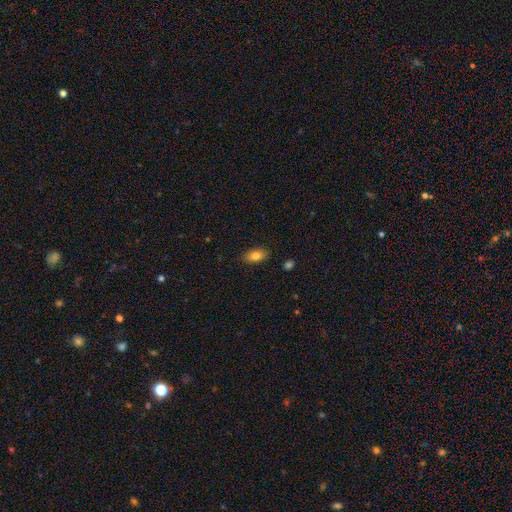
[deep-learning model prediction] smooth-or-featured: smooth: 82% | featured or disk: 9% | star or artifact: 8%
  how-rounded: in between: 89% | cigar-shaped: 6% | round: 5%
  merging: none: 87% | minor disturbance: 9% | major disturbance: 2% | merger: 1%